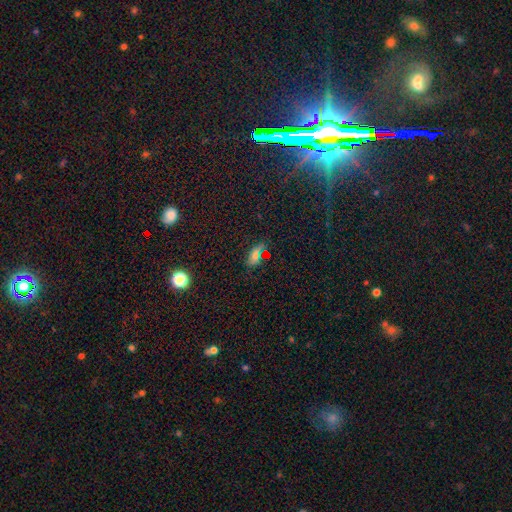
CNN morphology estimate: Smooth or featured?
  - smooth: 54% *
  - star or artifact: 37%
  - featured or disk: 9%
How rounded?
  - in between: 79% *
  - round: 13%
  - cigar-shaped: 8%
Merging?
  - none: 77% *
  - minor disturbance: 14%
  - major disturbance: 6%
  - merger: 4%